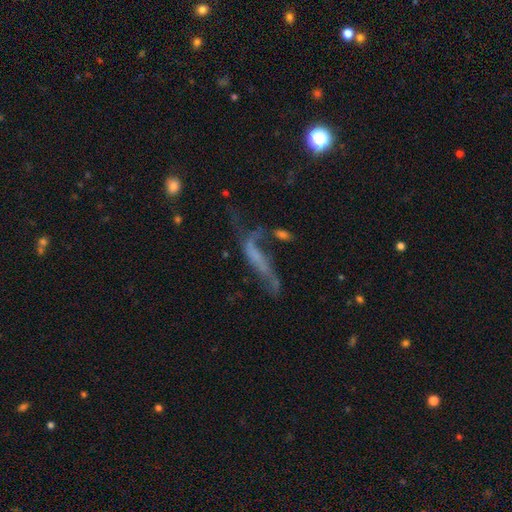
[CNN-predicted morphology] The model was most divided on "merging": major disturbance: 38%, none: 28%, merger: 18%, minor disturbance: 16%. More confident: edge-on disk — no (70%); smooth or featured — featured or disk (55%).